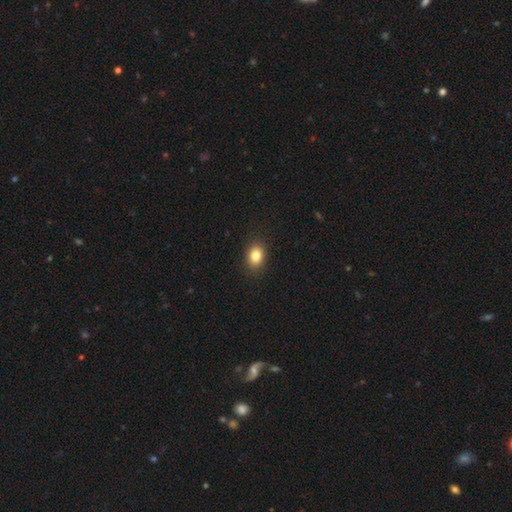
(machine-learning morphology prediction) smooth-or-featured: smooth: 83% | star or artifact: 10% | featured or disk: 7%
  how-rounded: in between: 62% | round: 37% | cigar-shaped: 1%
  merging: none: 89% | minor disturbance: 8% | major disturbance: 2% | merger: 1%